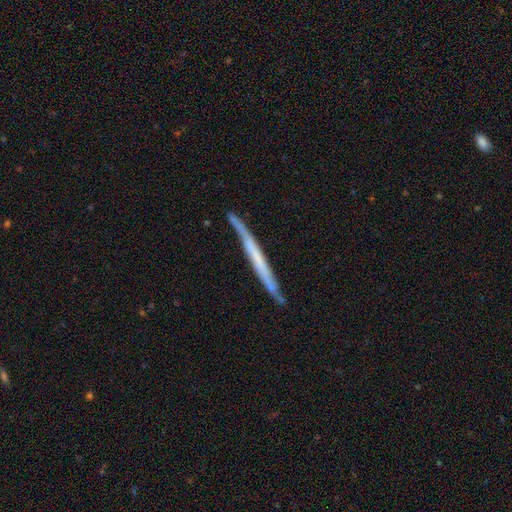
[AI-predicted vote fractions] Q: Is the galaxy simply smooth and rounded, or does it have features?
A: featured or disk — 63%.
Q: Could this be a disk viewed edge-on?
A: yes — 93%.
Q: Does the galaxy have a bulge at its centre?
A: none — 84%.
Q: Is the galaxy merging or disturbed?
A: none — 78%.